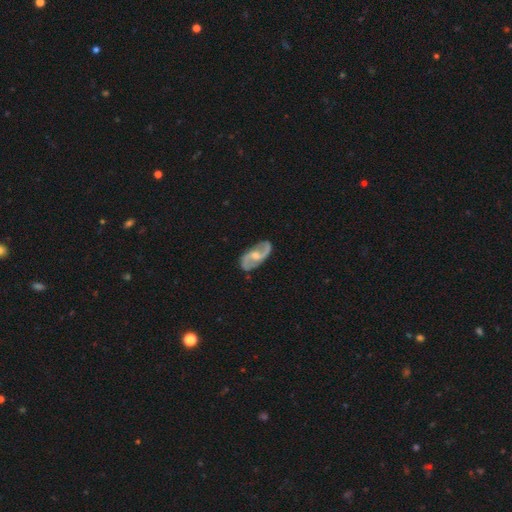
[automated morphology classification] Smooth or featured? Predicted: featured or disk (p=0.87). Edge-on disk? Predicted: no (p=0.96). Bar? Predicted: weak (p=0.50). Spiral arms? Predicted: yes (p=0.95). Spiral winding? Predicted: medium (p=0.44, tied with loose). Spiral arm count? Predicted: 2 (p=0.93). Bulge size? Predicted: moderate (p=0.56). Merging? Predicted: none (p=0.82).